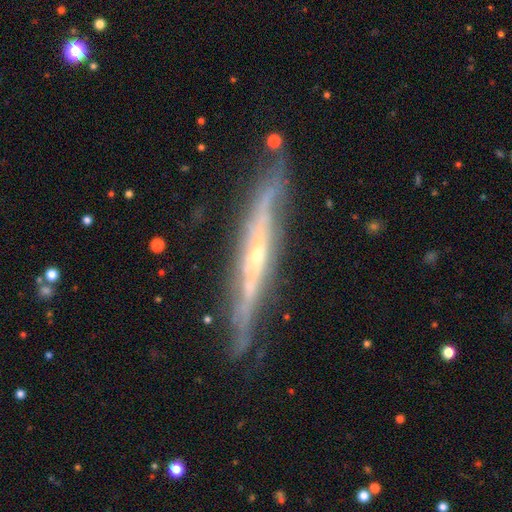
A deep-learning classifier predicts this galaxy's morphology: This is clearly a featured or disk galaxy (82%). It is clearly viewed edge-on (86%). Edge-on bulge: possibly rounded (57%). Merging: likely none (79%).